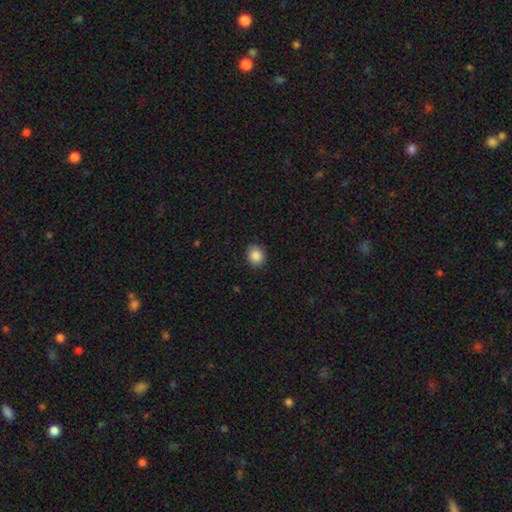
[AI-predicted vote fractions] Overall: smooth (88%). How rounded: round (66%; in between 33%). Merging: none (89%).